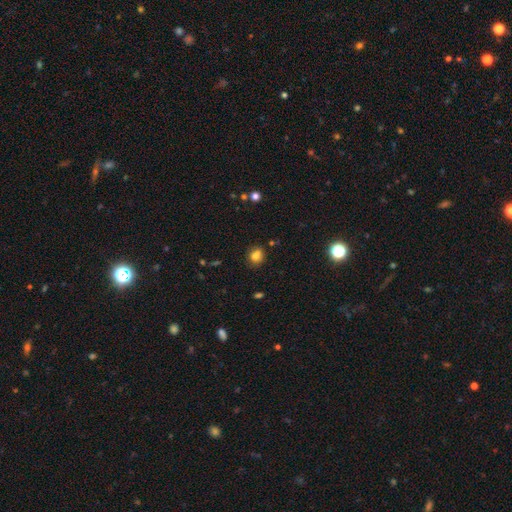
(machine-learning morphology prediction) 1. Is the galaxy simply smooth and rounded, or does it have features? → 79% smooth, 13% star or artifact, 8% featured or disk.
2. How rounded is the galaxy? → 68% round, 30% in between, 1% cigar-shaped.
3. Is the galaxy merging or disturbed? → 78% none, 14% minor disturbance, 6% merger, 3% major disturbance.